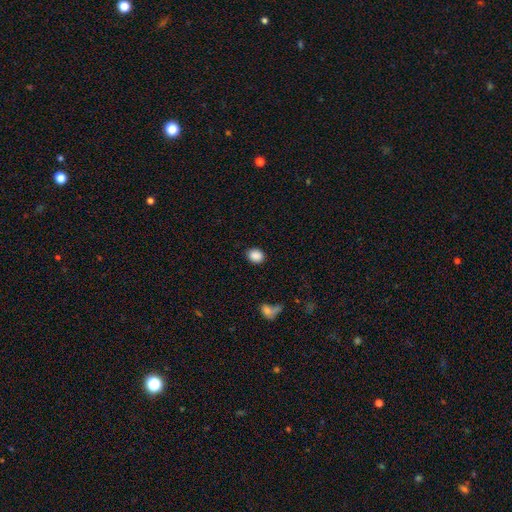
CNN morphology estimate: Smooth or featured? Predicted: smooth (p=0.88). How rounded? Predicted: round (p=0.58). Merging? Predicted: none (p=0.87).